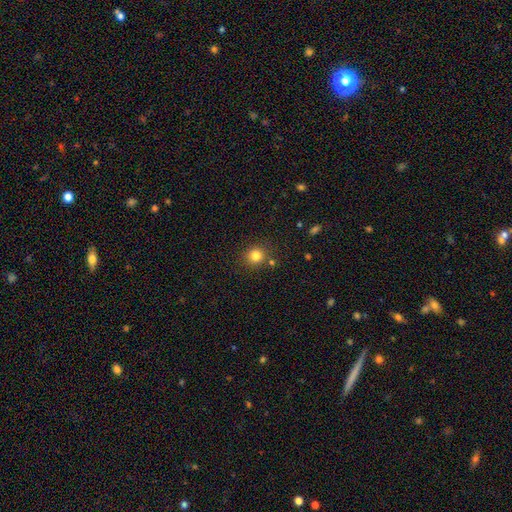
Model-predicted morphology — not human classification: This is clearly a smooth galaxy (81%). How rounded: clearly round (90%). Merging: clearly none (83%).